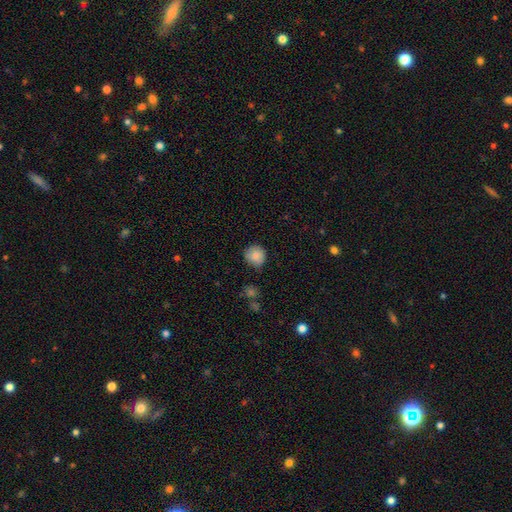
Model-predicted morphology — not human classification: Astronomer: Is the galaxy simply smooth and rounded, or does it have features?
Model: smooth — 86%.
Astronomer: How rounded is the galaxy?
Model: round — 90%.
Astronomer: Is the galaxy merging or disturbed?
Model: none — 77%.